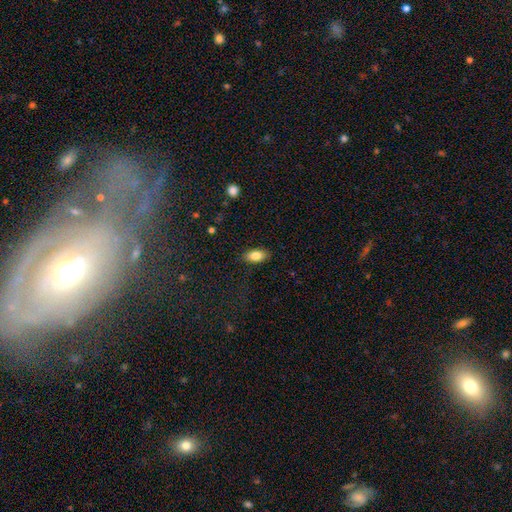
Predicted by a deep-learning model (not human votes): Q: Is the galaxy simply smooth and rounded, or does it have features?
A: smooth — 84%.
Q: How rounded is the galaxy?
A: in between — 90%.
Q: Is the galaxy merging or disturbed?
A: none — 87%.